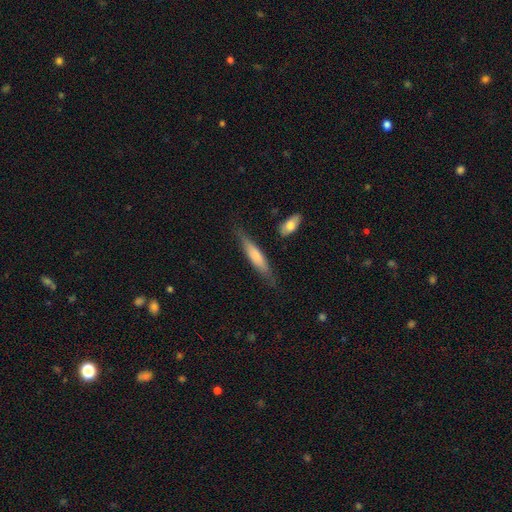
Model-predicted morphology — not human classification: This appears to be a smooth galaxy with no disk features (63%) that is cigar-shaped (81%). Merging: none (76%).